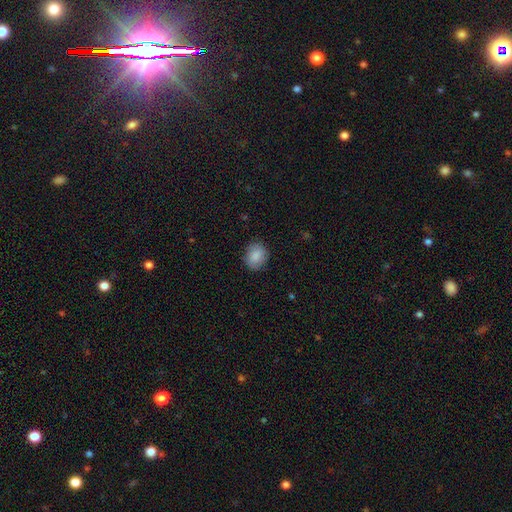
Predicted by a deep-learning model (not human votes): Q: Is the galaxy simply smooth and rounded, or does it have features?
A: smooth — 87%.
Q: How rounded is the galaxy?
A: round — 61%.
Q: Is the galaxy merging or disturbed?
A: none — 86%.